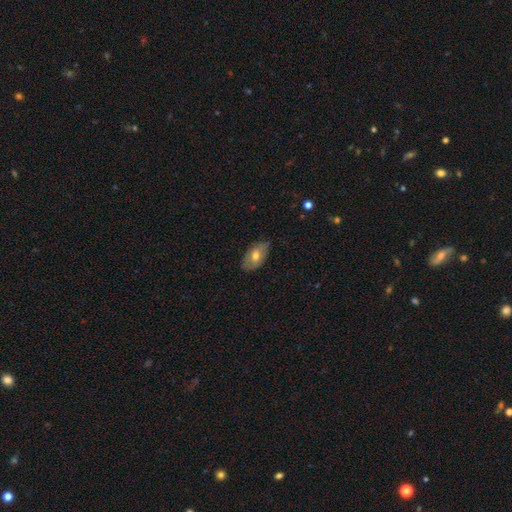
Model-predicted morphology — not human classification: Overall: smooth (65%; featured or disk 28%). How rounded: in between (92%). Merging: none (75%).